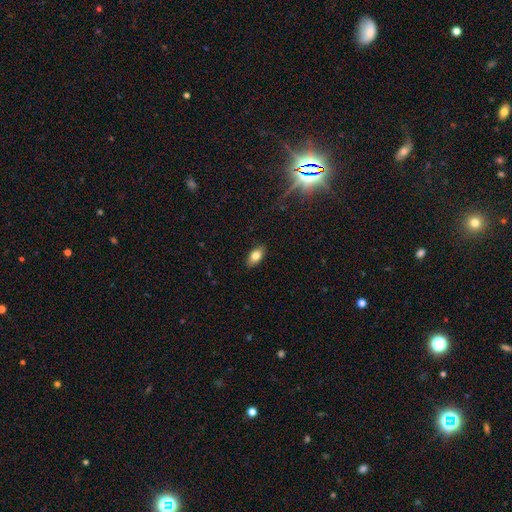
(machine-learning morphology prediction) smooth-or-featured: smooth: 78% | featured or disk: 13% | star or artifact: 8%
  how-rounded: in between: 90% | cigar-shaped: 5% | round: 5%
  merging: none: 88% | minor disturbance: 9% | major disturbance: 2% | merger: 1%